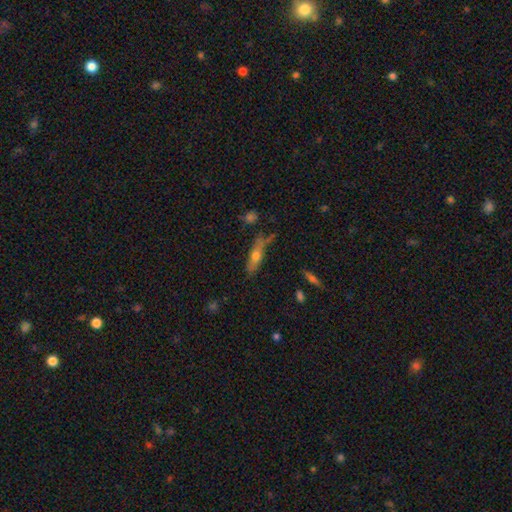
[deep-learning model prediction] smooth 46%, featured or disk 45%, star or artifact 9%. Down the decision tree: merging — none (62%).